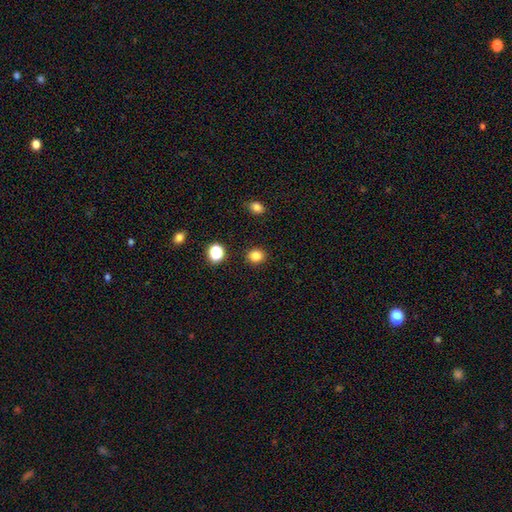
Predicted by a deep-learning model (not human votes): smooth_or_featured: smooth (p=0.83) [alt: star or artifact p=0.13]
how_rounded: round (p=0.78) [alt: in between p=0.22]
merging: none (p=0.89) [alt: minor disturbance p=0.07]